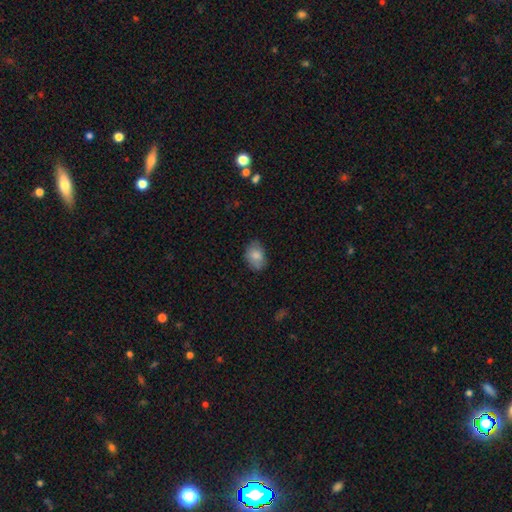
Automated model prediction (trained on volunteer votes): smooth 82%, featured or disk 10%, star or artifact 8%. Down the decision tree: how rounded — in between (75%); merging — none (71%).